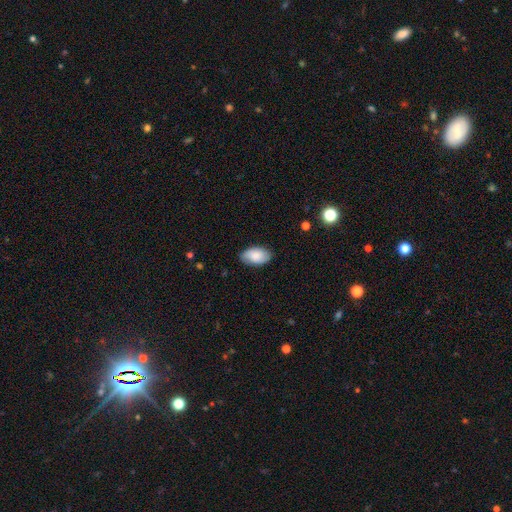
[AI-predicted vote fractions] This is likely a smooth galaxy (77%). How rounded: clearly in between (94%). Merging: clearly none (81%).